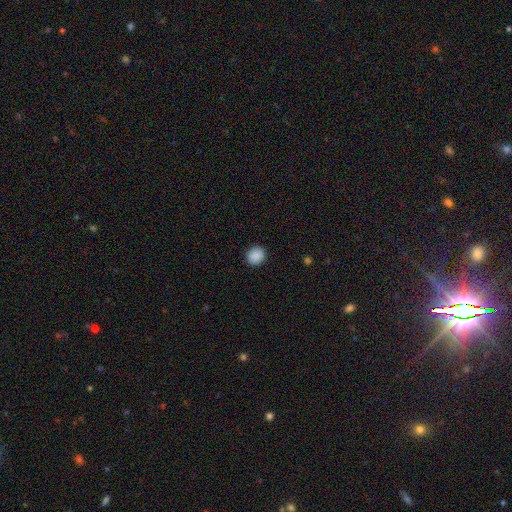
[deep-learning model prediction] A smooth galaxy with no disk features (89%) that is round (86%). Merging: none (91%).